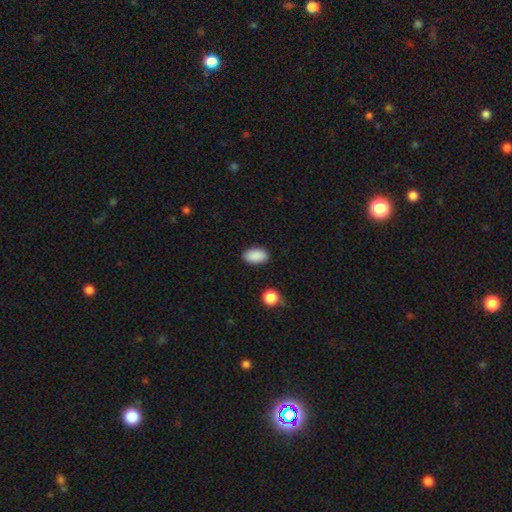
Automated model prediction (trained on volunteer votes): smooth-or-featured: smooth: 90% | star or artifact: 7% | featured or disk: 3%
  how-rounded: in between: 93% | round: 4% | cigar-shaped: 2%
  merging: none: 87% | minor disturbance: 9% | major disturbance: 2% | merger: 2%